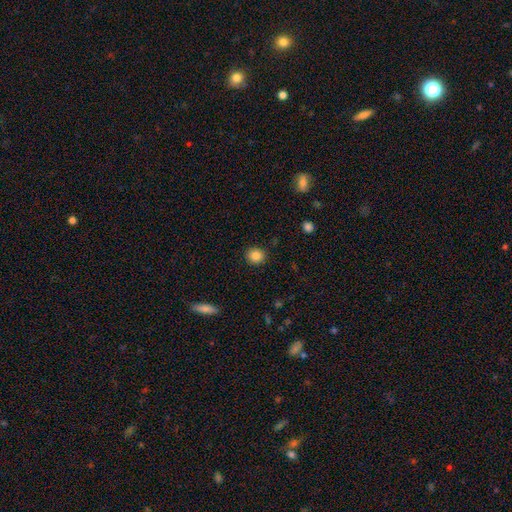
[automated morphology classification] This appears to be a smooth galaxy with no disk features (85%) that is round (86%). Merging: none (91%).